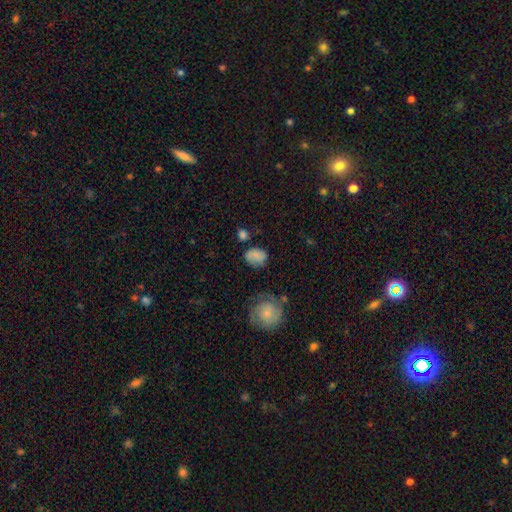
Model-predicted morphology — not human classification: This appears to be a smooth galaxy with no disk features (78%) that is in between round and cigar-shaped (60%). Merging: none (59%).